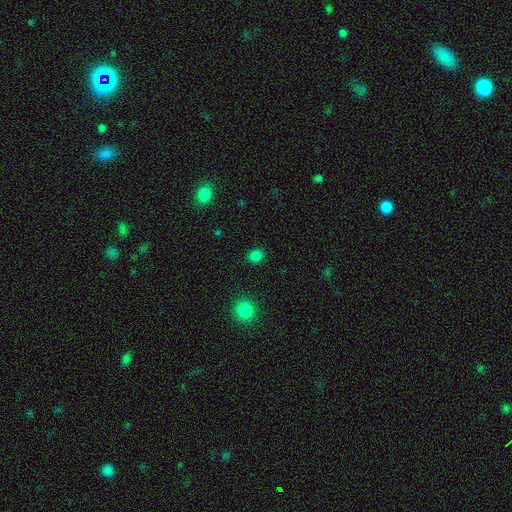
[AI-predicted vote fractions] A smooth galaxy with no disk features (82%) that is round (76%).

Vote fractions:
- Smooth or featured? smooth: 82% / star or artifact: 15% / featured or disk: 3%
- How rounded? round: 76% / in between: 23% / cigar-shaped: 1%
- Merging? none: 89% / minor disturbance: 7% / major disturbance: 2% / merger: 2%